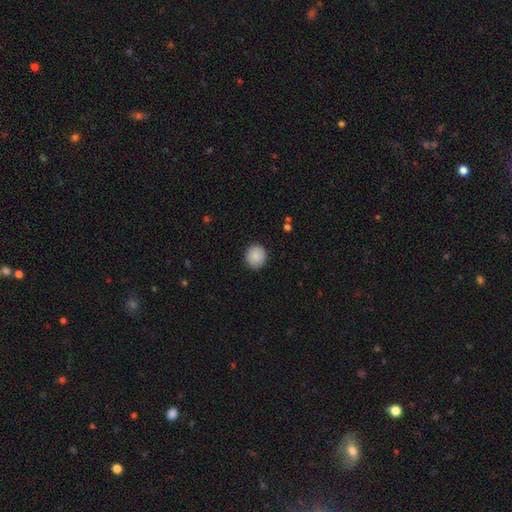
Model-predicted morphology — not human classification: A smooth galaxy with no disk features (89%) that is round (89%).

Vote fractions:
- Smooth or featured? smooth: 89% / star or artifact: 8% / featured or disk: 4%
- How rounded? round: 89% / in between: 10% / cigar-shaped: 1%
- Merging? none: 91% / minor disturbance: 6% / major disturbance: 2% / merger: 1%